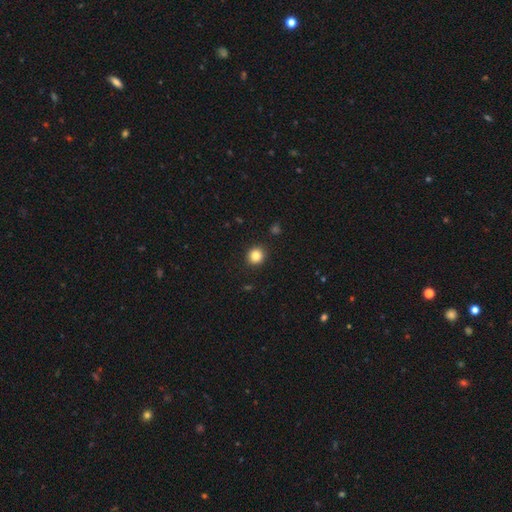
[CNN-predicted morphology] smooth 84%, star or artifact 11%, featured or disk 5%. Down the decision tree: how rounded — round (89%); merging — none (91%).